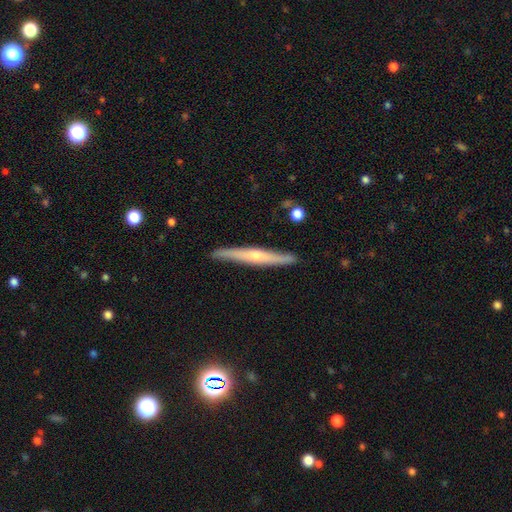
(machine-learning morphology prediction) Overall: featured or disk (62%; smooth 33%). Edge-on disk: yes (95%). Edge-on bulge: rounded (69%). Merging: none (87%).